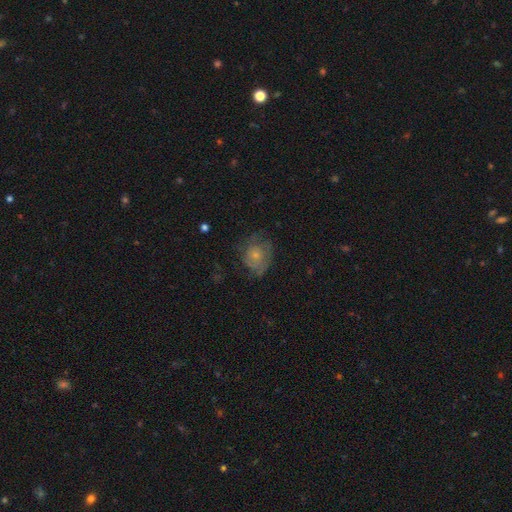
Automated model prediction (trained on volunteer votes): Smooth or featured?
  - smooth: 52% *
  - featured or disk: 38%
  - star or artifact: 10%
How rounded?
  - round: 68% *
  - in between: 31%
  - cigar-shaped: 1%
Merging?
  - none: 53% *
  - minor disturbance: 27%
  - major disturbance: 18%
  - merger: 1%